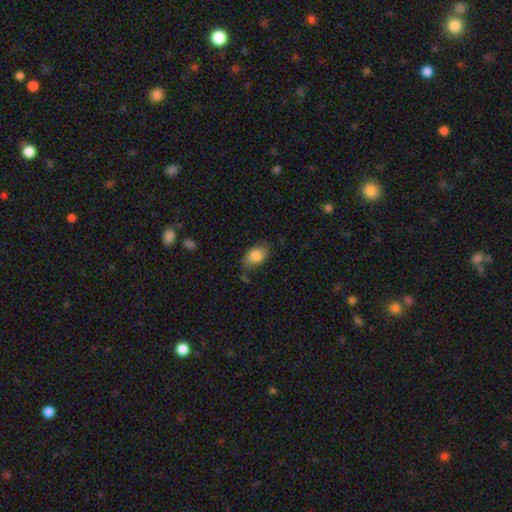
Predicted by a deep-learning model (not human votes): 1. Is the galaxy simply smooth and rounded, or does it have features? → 83% smooth, 10% featured or disk, 7% star or artifact.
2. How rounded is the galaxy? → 88% in between, 10% round, 2% cigar-shaped.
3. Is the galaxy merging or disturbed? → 68% none, 24% minor disturbance, 6% major disturbance, 3% merger.